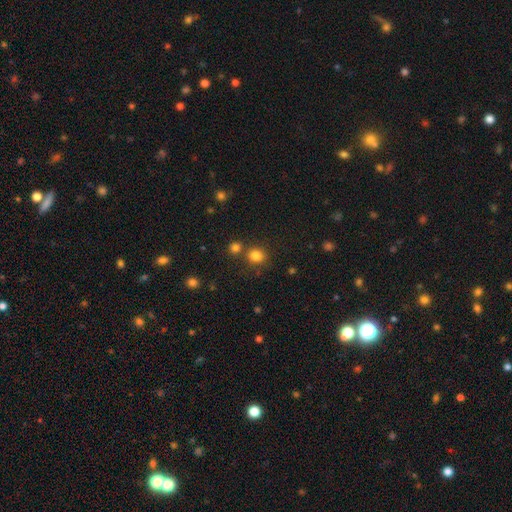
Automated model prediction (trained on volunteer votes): Smooth or featured? Predicted: smooth (p=0.82). How rounded? Predicted: round (p=0.80). Merging? Predicted: none (p=0.73).